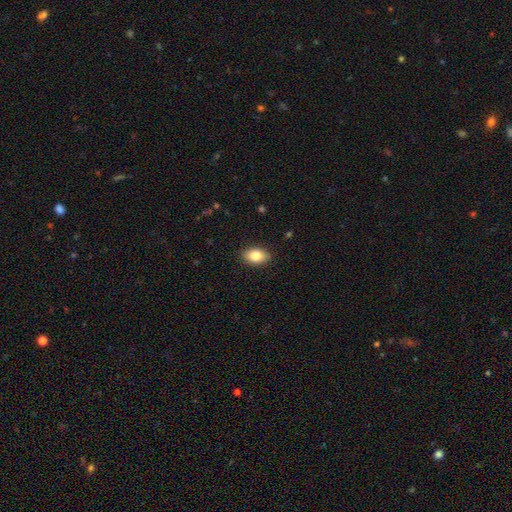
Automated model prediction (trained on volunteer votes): Smooth or featured: smooth — 85% (featured or disk — 8%)
How rounded: in between — 86% (round — 12%)
Merging: none — 88% (minor disturbance — 9%)